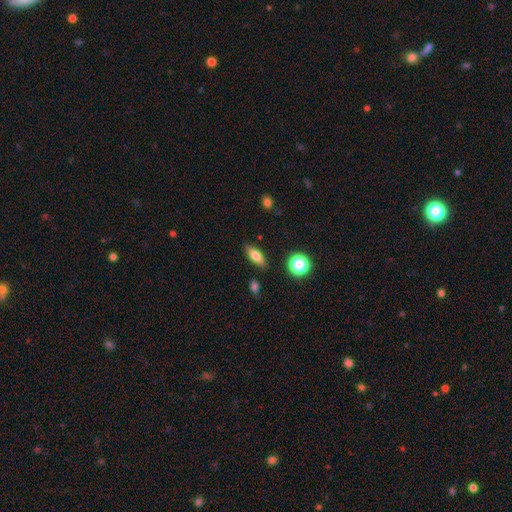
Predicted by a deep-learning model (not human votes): Smooth or featured? smooth (74%)
How rounded? in between (74%)
Merging? none (85%)